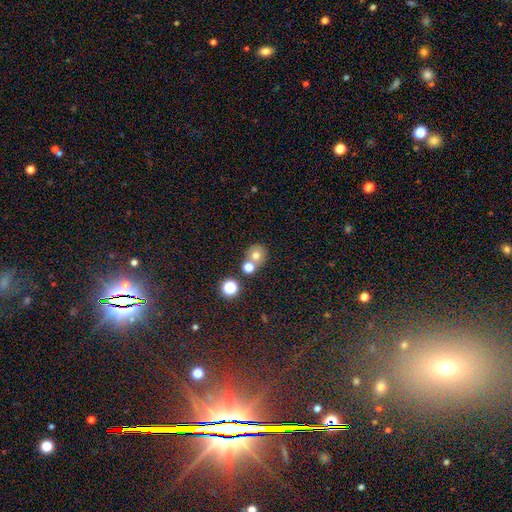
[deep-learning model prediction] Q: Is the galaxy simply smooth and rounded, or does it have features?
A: smooth — 70%.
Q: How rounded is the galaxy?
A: round — 81%.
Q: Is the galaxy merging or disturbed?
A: none — 53%.